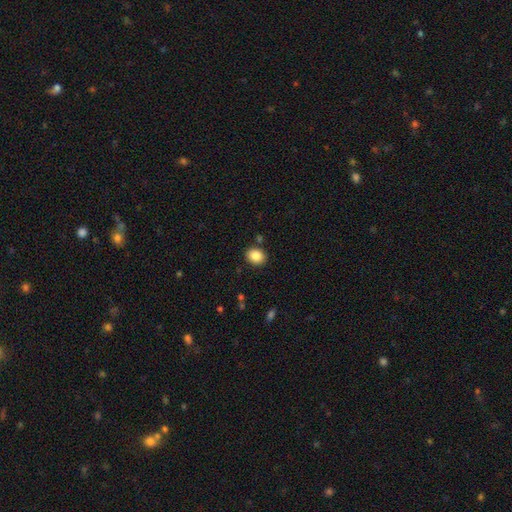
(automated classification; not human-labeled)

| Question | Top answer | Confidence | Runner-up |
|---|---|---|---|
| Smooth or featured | smooth | 86% | star or artifact (9%) |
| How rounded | round | 53% | in between (46%) |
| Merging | none | 87% | minor disturbance (8%) |